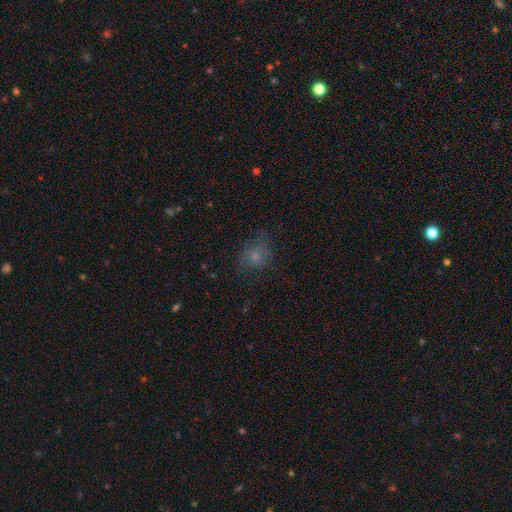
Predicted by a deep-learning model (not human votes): Smooth or featured: smooth — 63% (featured or disk — 19%)
How rounded: round — 61% (in between — 38%)
Merging: none — 61% (minor disturbance — 22%)